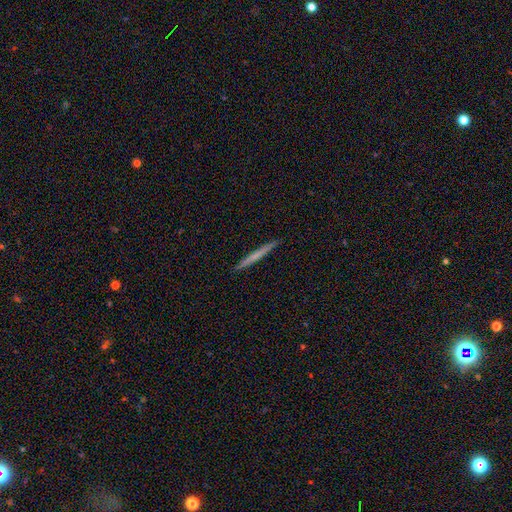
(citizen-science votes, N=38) This is possibly a featured or disk galaxy (50%). It is clearly viewed edge-on (100%). Edge-on bulge: clearly none (89%). Merging: clearly none (100%).